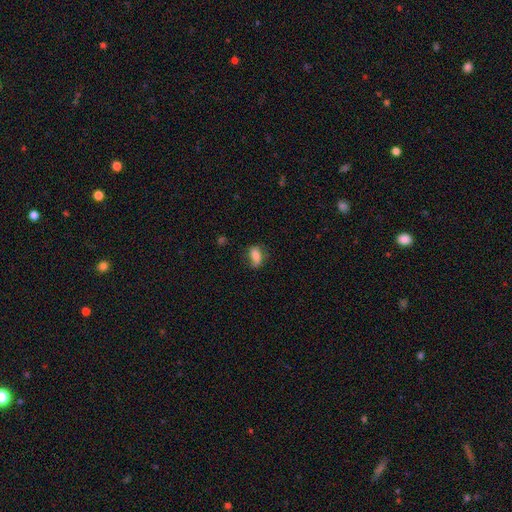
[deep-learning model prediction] smooth 76%, featured or disk 15%, star or artifact 9%. Down the decision tree: how rounded — in between (83%); merging — none (61%).